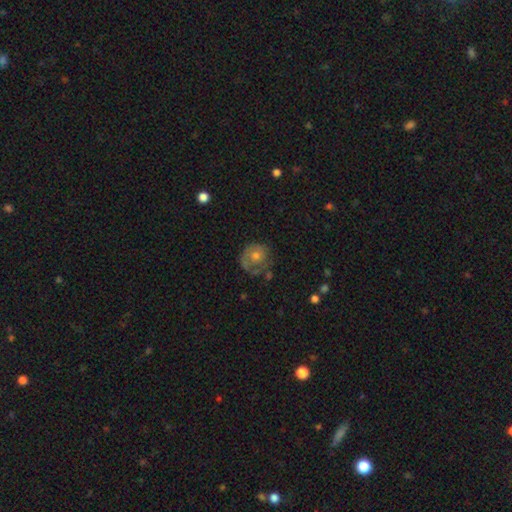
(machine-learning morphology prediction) The model was most divided on "smooth or featured": featured or disk: 49%, smooth: 40%, star or artifact: 10%. More confident: merging — none (55%).